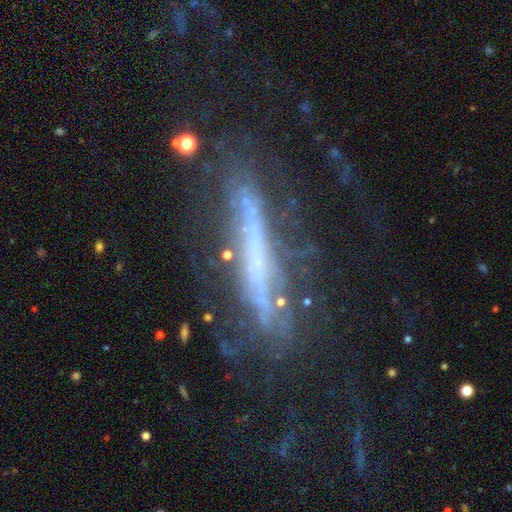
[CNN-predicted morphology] featured or disk 69%, smooth 17%, star or artifact 13%. Down the decision tree: edge-on disk — yes (69%); merging — none (60%).